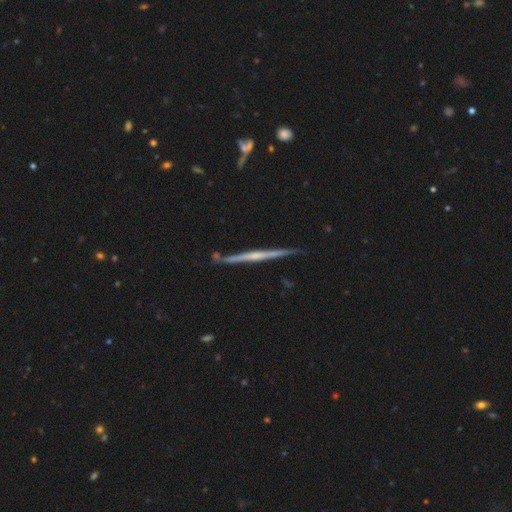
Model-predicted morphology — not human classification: featured or disk 76%, smooth 18%, star or artifact 6%. Down the decision tree: edge-on disk — yes (98%); edge-on bulge — none (47%); merging — none (86%).